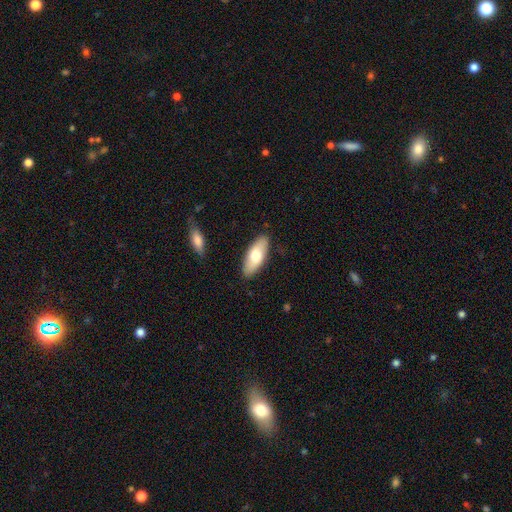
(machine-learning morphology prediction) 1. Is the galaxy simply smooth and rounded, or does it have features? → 70% smooth, 25% featured or disk, 5% star or artifact.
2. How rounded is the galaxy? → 81% in between, 17% cigar-shaped, 2% round.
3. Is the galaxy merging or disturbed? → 87% none, 9% minor disturbance, 2% major disturbance, 2% merger.